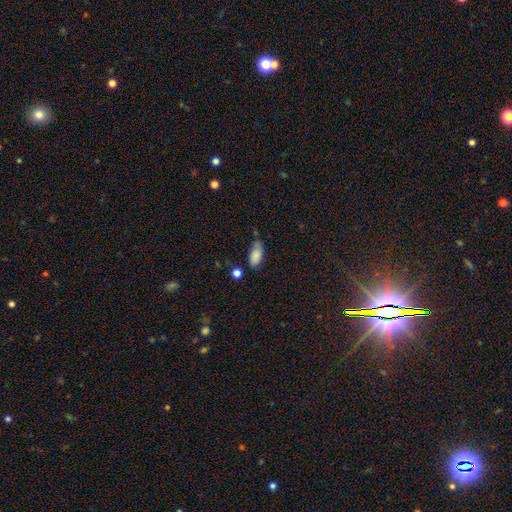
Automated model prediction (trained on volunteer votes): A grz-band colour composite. It shows a smooth galaxy with no disk features (84%) that is in between round and cigar-shaped (89%). Merging: none (48%).